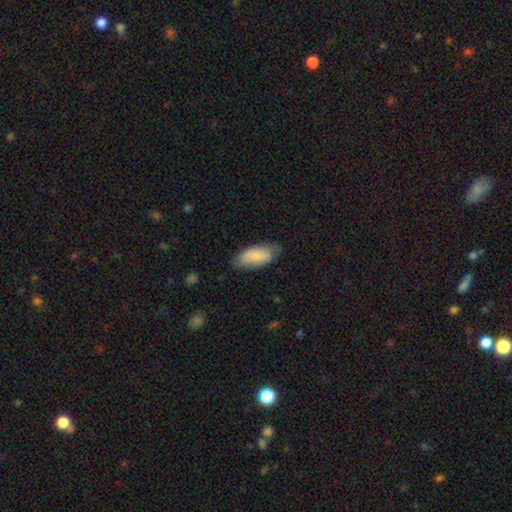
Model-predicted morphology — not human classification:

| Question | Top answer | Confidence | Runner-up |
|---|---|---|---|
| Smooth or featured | smooth | 77% | featured or disk (17%) |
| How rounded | in between | 89% | cigar-shaped (9%) |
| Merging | none | 69% | minor disturbance (25%) |